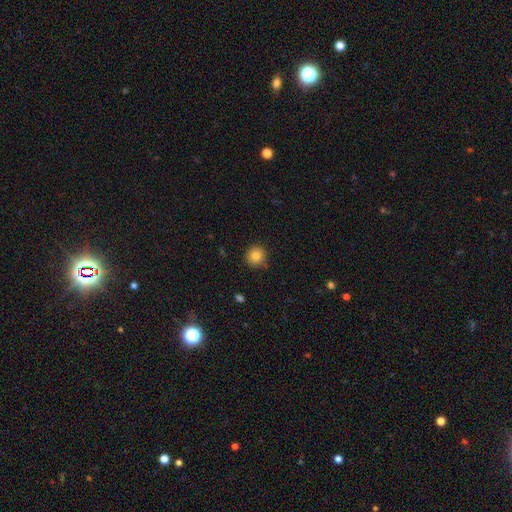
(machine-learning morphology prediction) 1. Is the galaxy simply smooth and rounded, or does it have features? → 83% smooth, 10% star or artifact, 7% featured or disk.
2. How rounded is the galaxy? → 93% round, 6% in between, 1% cigar-shaped.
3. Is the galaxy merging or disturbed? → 86% none, 10% minor disturbance, 2% major disturbance, 2% merger.